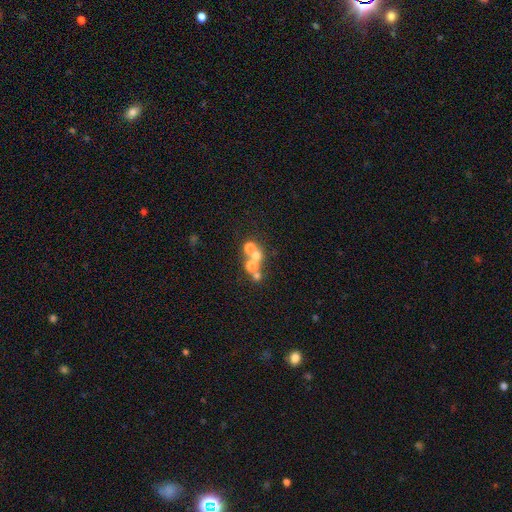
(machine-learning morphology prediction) Smooth or featured? smooth (54%)
How rounded? round (86%)
Merging? merger (48%)